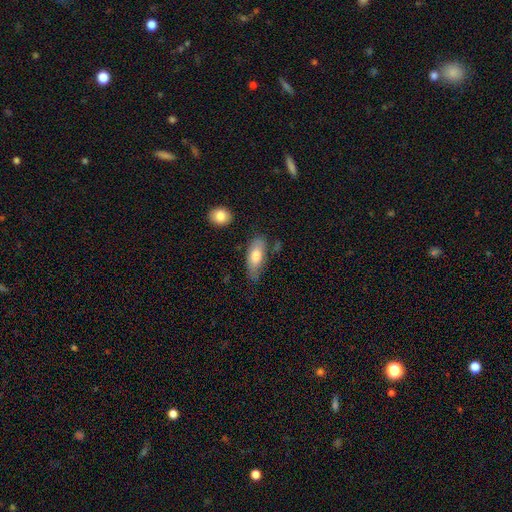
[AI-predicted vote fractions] smooth_or_featured: smooth (p=0.73) [alt: featured or disk p=0.21]
how_rounded: in between (p=0.83) [alt: cigar-shaped p=0.15]
merging: none (p=0.62) [alt: minor disturbance p=0.27]